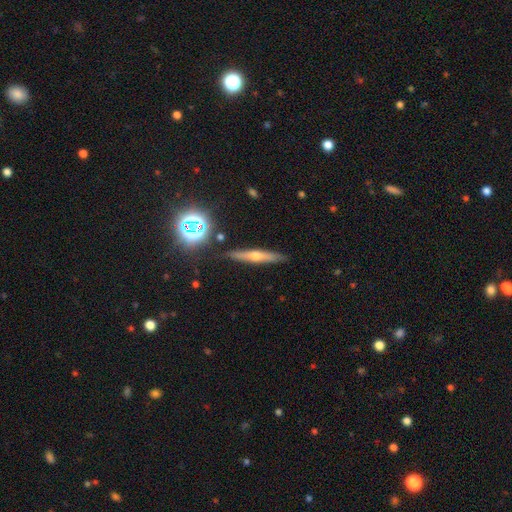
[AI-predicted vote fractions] Q: Smooth or featured?
A: featured or disk (57%); runner-up: smooth (30%)
Q: Edge-on disk?
A: yes (94%); runner-up: no (6%)
Q: Edge-on bulge?
A: rounded (85%); runner-up: none (11%)
Q: Merging?
A: none (88%); runner-up: minor disturbance (8%)